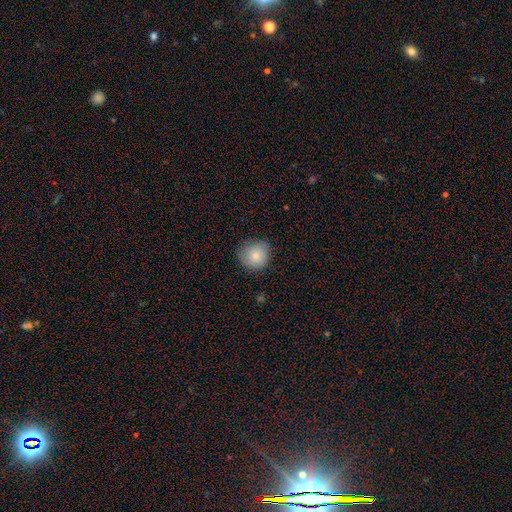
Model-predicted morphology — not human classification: type=smooth (82%); roundness=round (88%); merging=none (76%).